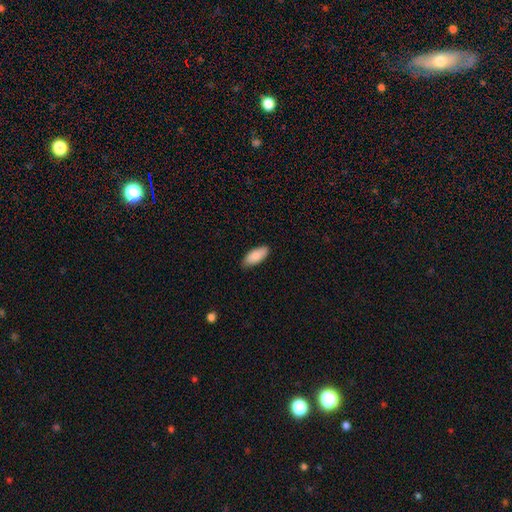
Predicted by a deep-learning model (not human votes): This is clearly a smooth galaxy (88%). How rounded: clearly in between (87%). Merging: clearly none (84%).